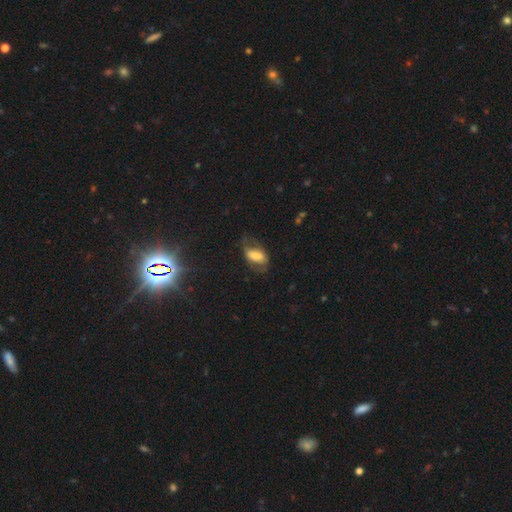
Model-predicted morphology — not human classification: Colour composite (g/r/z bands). It shows a smooth galaxy with no disk features (58%) that is in between round and cigar-shaped (89%). Merging: none (49%).